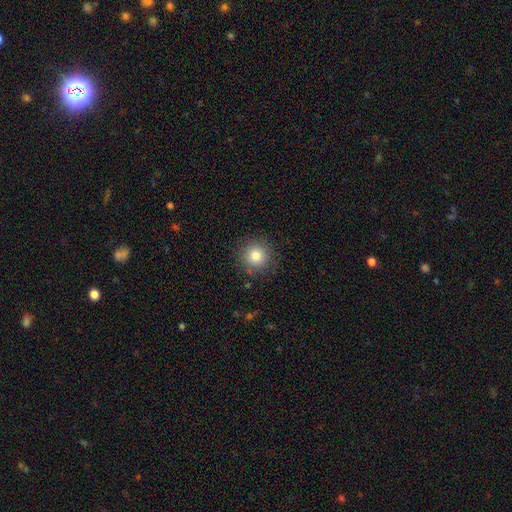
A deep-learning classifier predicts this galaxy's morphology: This is clearly a smooth galaxy (81%). How rounded: clearly round (95%). Merging: clearly none (89%).